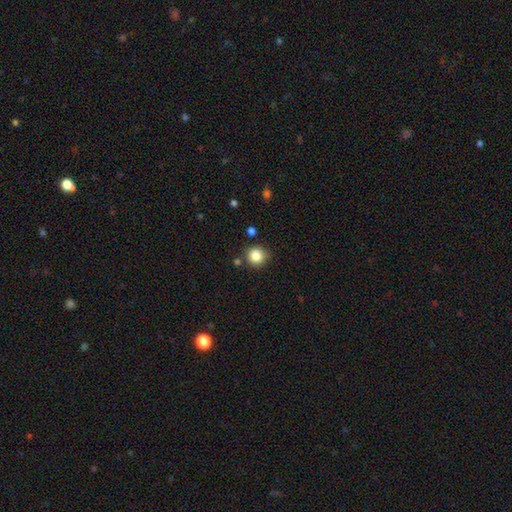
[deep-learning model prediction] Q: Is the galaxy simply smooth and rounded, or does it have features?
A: smooth — 84%.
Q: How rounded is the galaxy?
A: round — 93%.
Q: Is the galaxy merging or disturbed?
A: none — 83%.